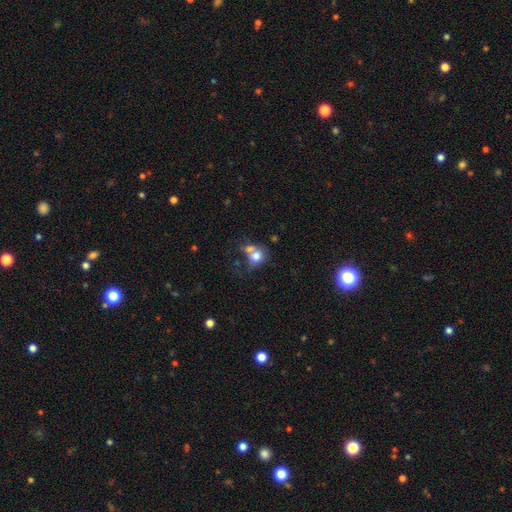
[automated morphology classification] smooth 71%, featured or disk 18%, star or artifact 11%. Down the decision tree: how rounded — round (64%); merging — merger (43%).